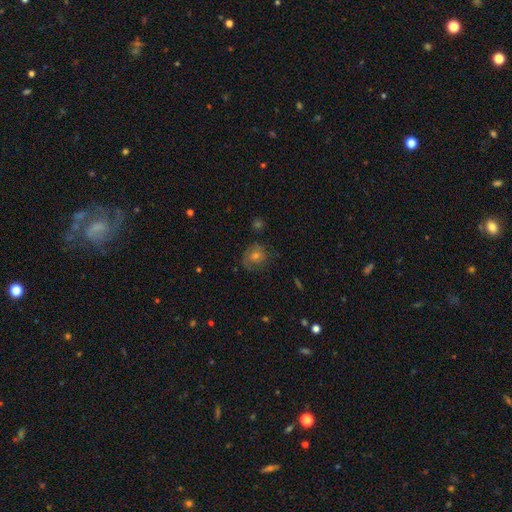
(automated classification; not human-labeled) This appears to be a featured or disk galaxy (47%). Merging: none (72%).